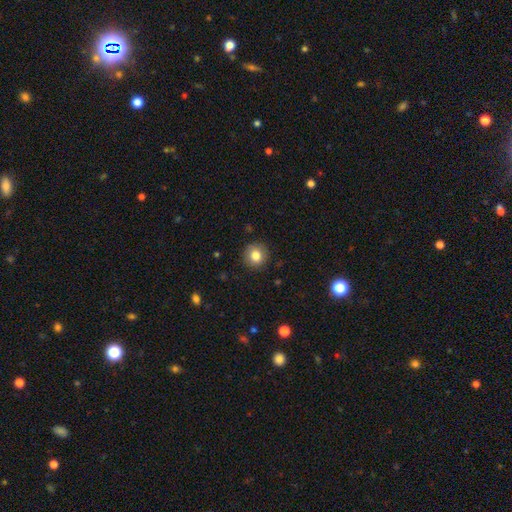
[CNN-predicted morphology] This is clearly a smooth galaxy (82%). How rounded: clearly round (92%). Merging: clearly none (89%).